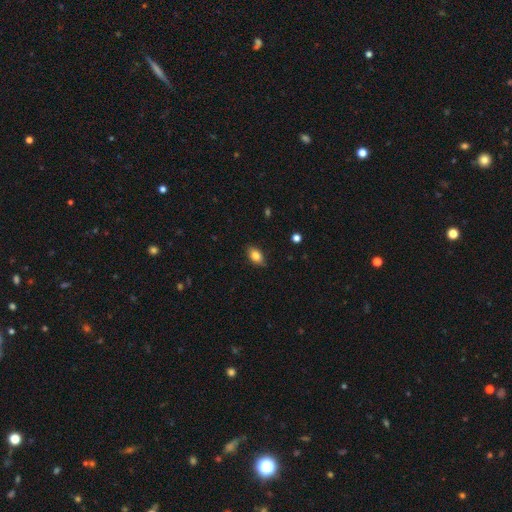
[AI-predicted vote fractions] smooth-or-featured: smooth: 83% | featured or disk: 9% | star or artifact: 8%
  how-rounded: in between: 87% | round: 11% | cigar-shaped: 2%
  merging: none: 84% | minor disturbance: 13% | major disturbance: 2% | merger: 1%